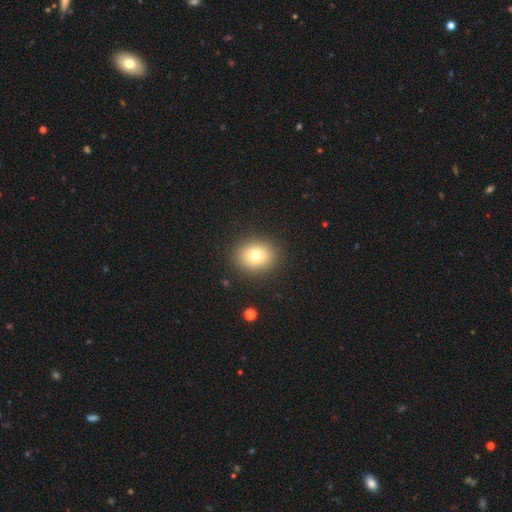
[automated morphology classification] Overall: smooth (76%). How rounded: round (65%; in between 34%). Merging: none (89%).